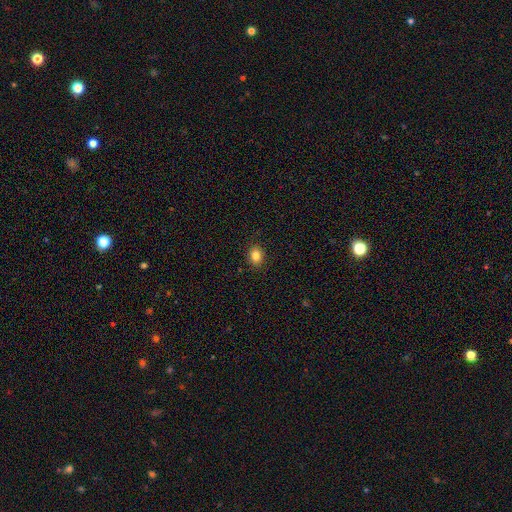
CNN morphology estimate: Q: Smooth or featured?
A: smooth (83%); runner-up: star or artifact (11%)
Q: How rounded?
A: round (54%); runner-up: in between (45%)
Q: Merging?
A: none (89%); runner-up: minor disturbance (8%)